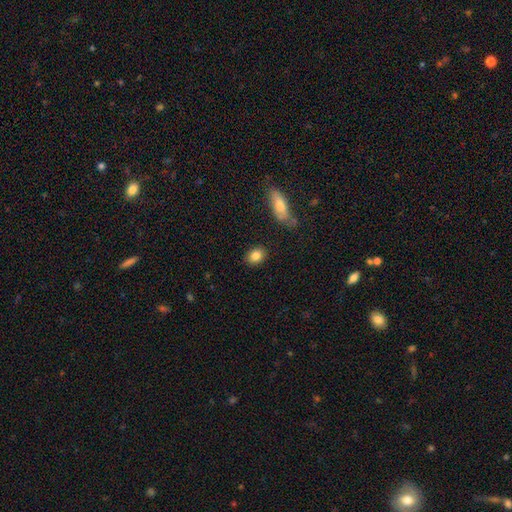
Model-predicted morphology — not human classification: Smooth or featured?
  - smooth: 85% *
  - star or artifact: 8%
  - featured or disk: 7%
How rounded?
  - in between: 60% *
  - round: 38%
  - cigar-shaped: 2%
Merging?
  - none: 87% *
  - minor disturbance: 8%
  - major disturbance: 2%
  - merger: 2%